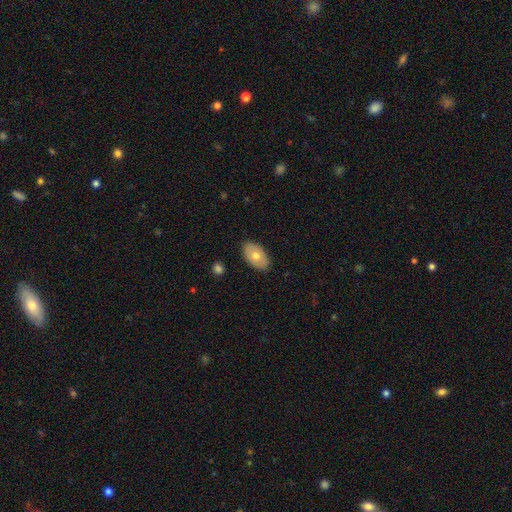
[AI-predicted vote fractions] Smooth or featured? smooth (69%)
How rounded? in between (93%)
Merging? none (87%)